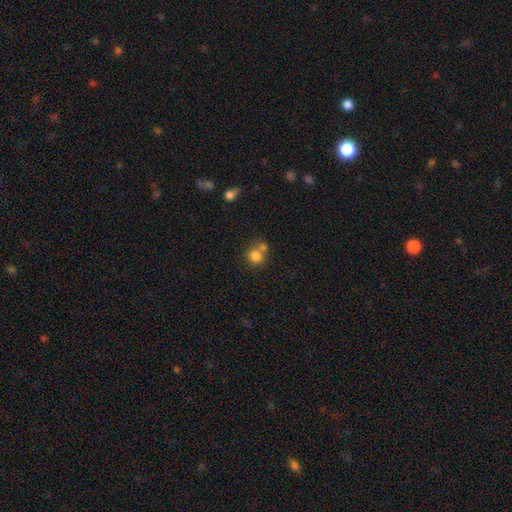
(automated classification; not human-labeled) Morphology: type=smooth (80%); roundness=round (80%); merging=none (46%).